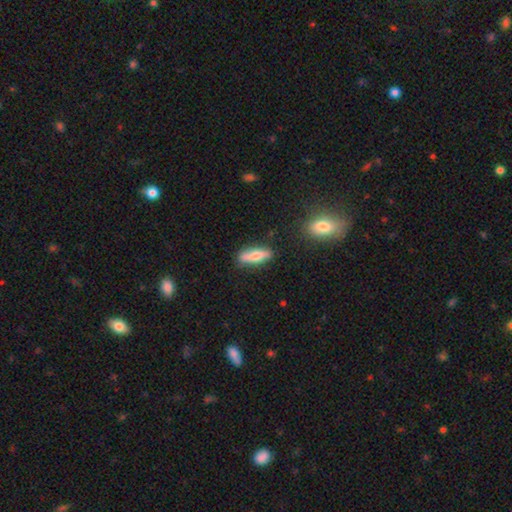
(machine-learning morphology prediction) smooth-or-featured: smooth: 63% | featured or disk: 31% | star or artifact: 6%
  how-rounded: cigar-shaped: 55% | in between: 43% | round: 3%
  merging: none: 80% | minor disturbance: 14% | merger: 3% | major disturbance: 3%